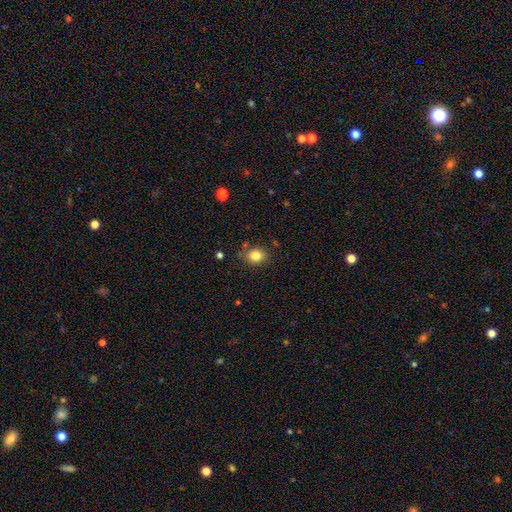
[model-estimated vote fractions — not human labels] Q: Smooth or featured?
A: smooth (84%); runner-up: star or artifact (10%)
Q: How rounded?
A: round (62%); runner-up: in between (37%)
Q: Merging?
A: none (78%); runner-up: minor disturbance (14%)